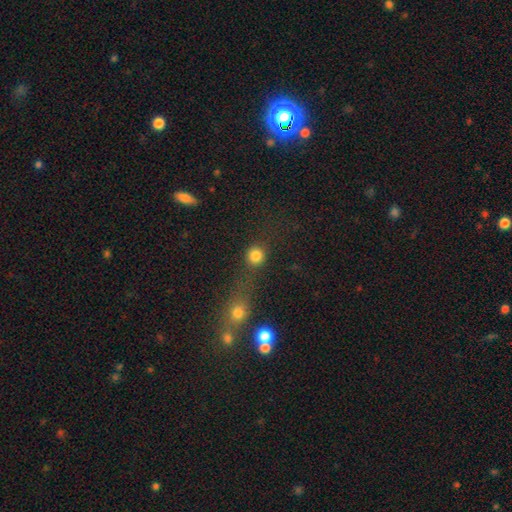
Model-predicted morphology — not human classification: type=smooth (83%); roundness=round (91%); merging=none (69%).